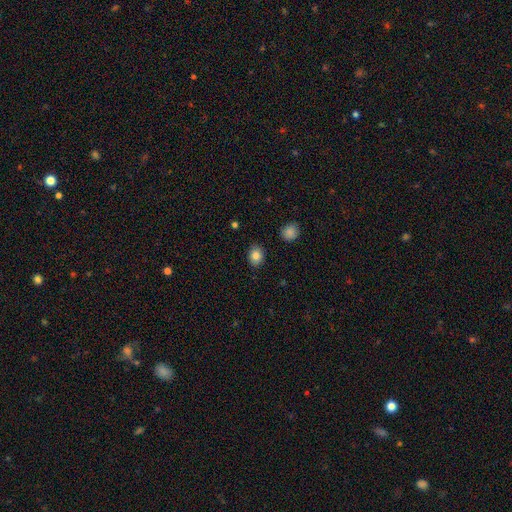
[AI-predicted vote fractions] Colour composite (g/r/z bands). It shows a smooth galaxy with no disk features (84%) that is in between round and cigar-shaped (53%). Merging: none (87%).